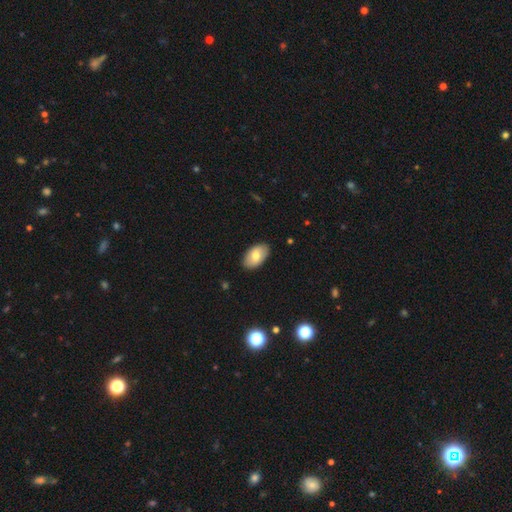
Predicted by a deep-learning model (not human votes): A smooth galaxy with no disk features (74%) that is in between round and cigar-shaped (94%). Merging: none (88%).